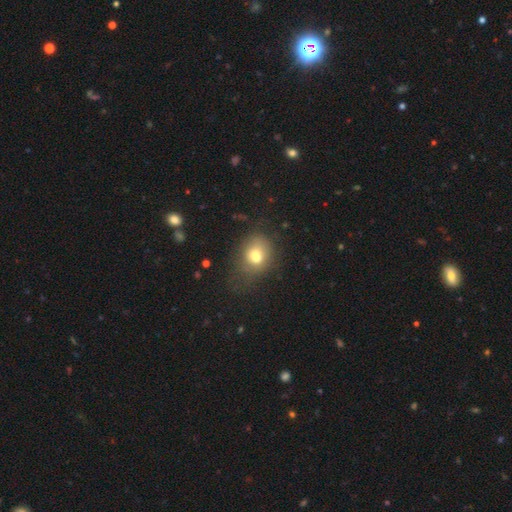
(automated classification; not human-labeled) This is likely a smooth galaxy (70%). How rounded: possibly round (53%). Merging: marginally none (45%).